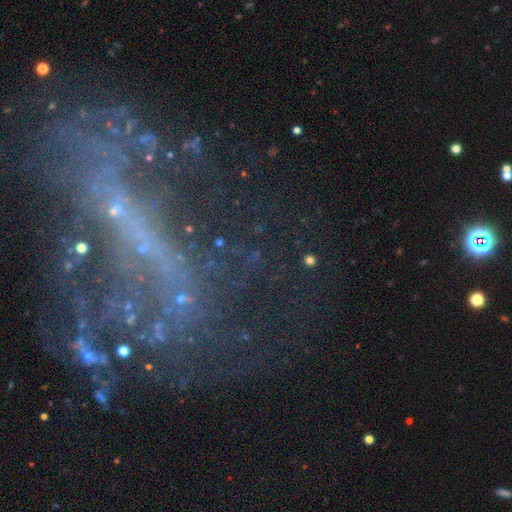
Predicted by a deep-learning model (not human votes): smooth-or-featured: featured or disk: 54% | star or artifact: 31% | smooth: 15%
  disk-edge-on: no: 86% | yes: 14%
  merging: none: 51% | major disturbance: 26% | minor disturbance: 16% | merger: 7%